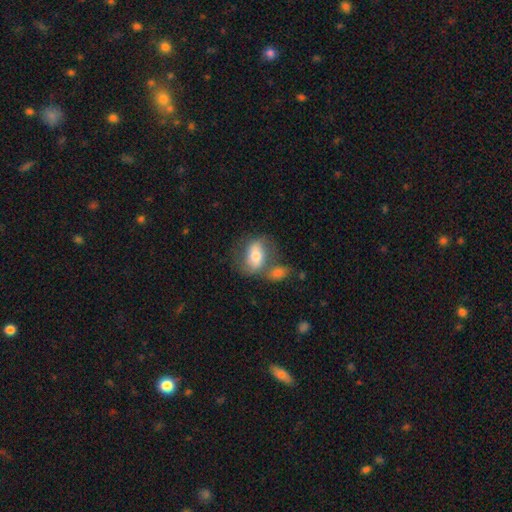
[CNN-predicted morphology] Smooth or featured: smooth — 53% (featured or disk — 40%)
How rounded: in between — 82% (round — 15%)
Merging: none — 39% (merger — 35%)